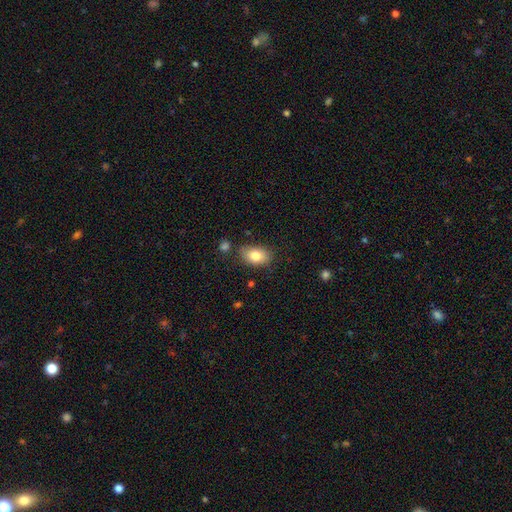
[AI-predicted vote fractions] smooth 82%, featured or disk 11%, star or artifact 8%. Down the decision tree: how rounded — in between (88%); merging — none (77%).